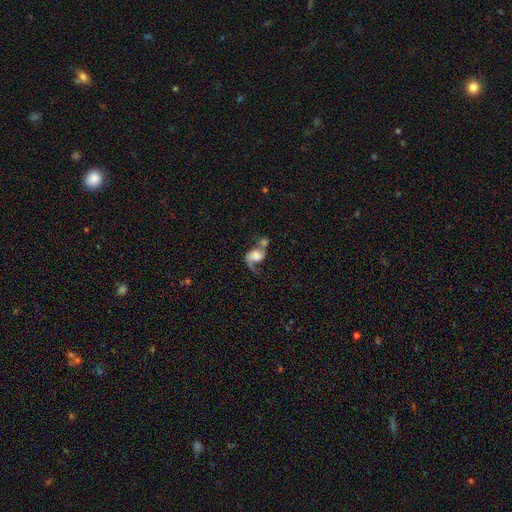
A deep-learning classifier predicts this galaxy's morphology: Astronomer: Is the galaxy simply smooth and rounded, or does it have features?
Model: featured or disk — 51% (runner-up: smooth, 38%).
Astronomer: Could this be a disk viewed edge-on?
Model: no — 97%.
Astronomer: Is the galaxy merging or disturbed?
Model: merger — 47%.